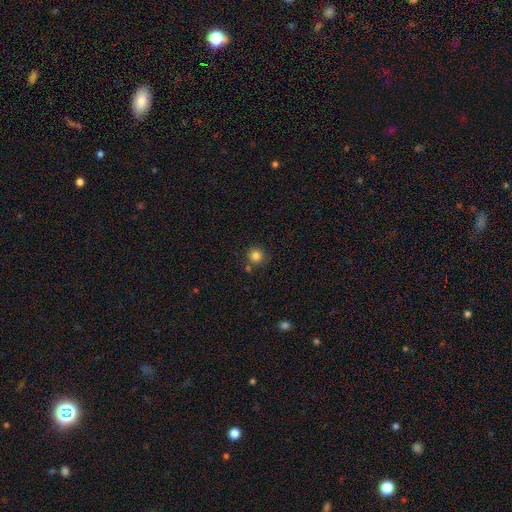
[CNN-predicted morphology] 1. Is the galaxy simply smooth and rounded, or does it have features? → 83% smooth, 12% star or artifact, 5% featured or disk.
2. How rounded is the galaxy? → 94% round, 5% in between, 1% cigar-shaped.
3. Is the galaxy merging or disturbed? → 79% none, 9% minor disturbance, 9% merger, 3% major disturbance.